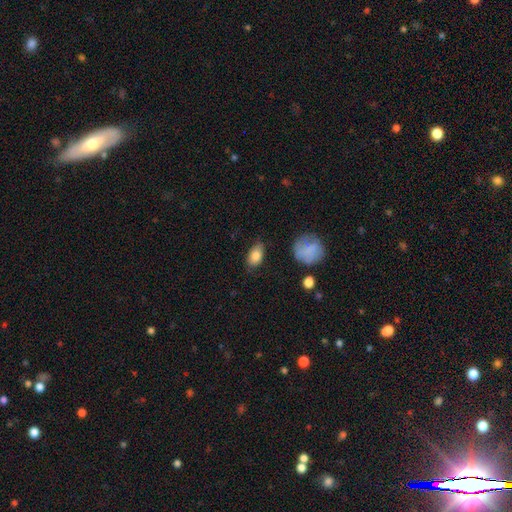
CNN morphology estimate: A smooth galaxy with no disk features (83%) that is in between round and cigar-shaped (88%).

Vote fractions:
- Smooth or featured? smooth: 83% / featured or disk: 9% / star or artifact: 8%
- How rounded? in between: 88% / round: 9% / cigar-shaped: 2%
- Merging? none: 73% / minor disturbance: 20% / major disturbance: 5% / merger: 2%